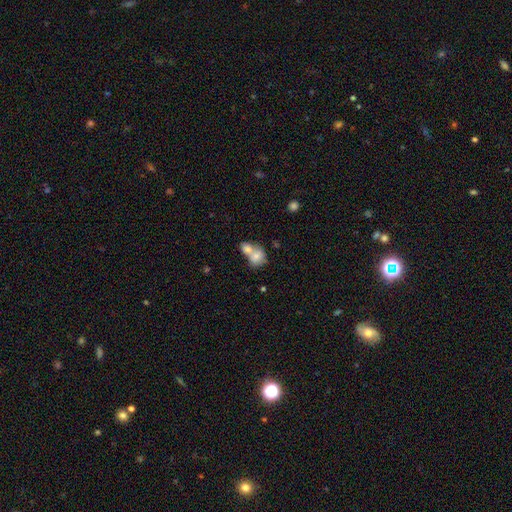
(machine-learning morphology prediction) smooth-or-featured: smooth: 75% | featured or disk: 17% | star or artifact: 8%
  how-rounded: in between: 50% | round: 48% | cigar-shaped: 1%
  merging: merger: 70% | none: 20% | minor disturbance: 7% | major disturbance: 4%